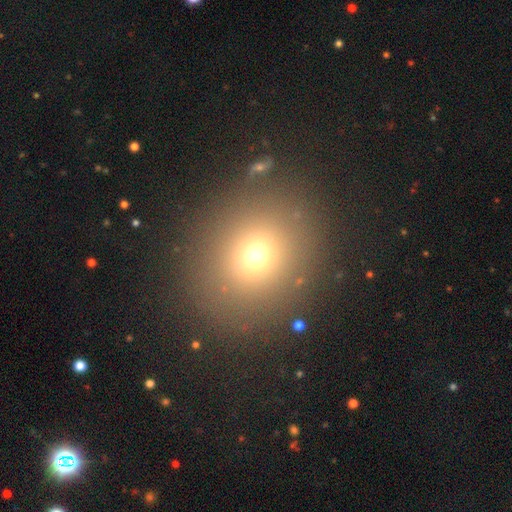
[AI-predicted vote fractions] Overall: smooth (68%). How rounded: round (77%). Merging: none (84%).